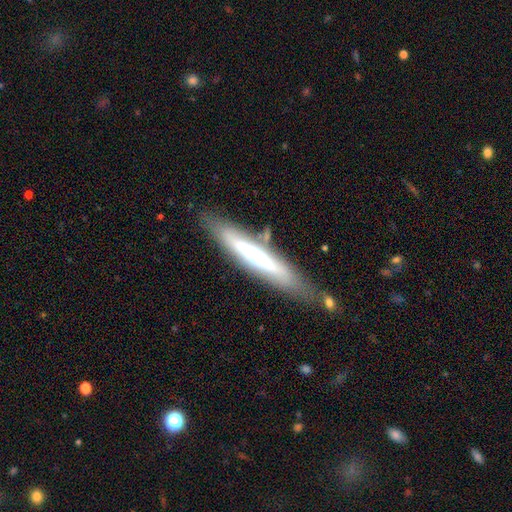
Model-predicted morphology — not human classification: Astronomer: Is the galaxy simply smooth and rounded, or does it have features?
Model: featured or disk — 60%.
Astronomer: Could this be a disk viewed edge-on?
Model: yes — 82%.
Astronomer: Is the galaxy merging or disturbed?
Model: none — 72%.